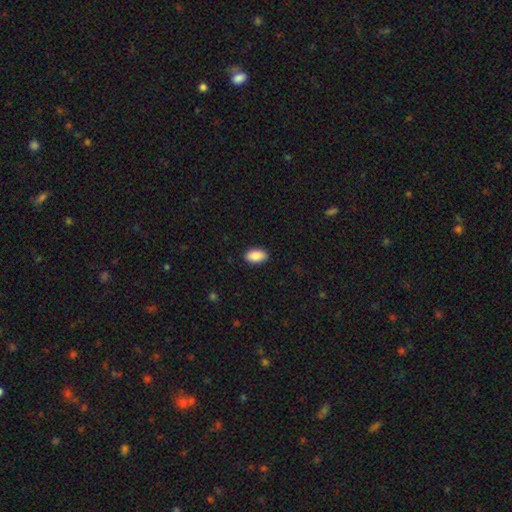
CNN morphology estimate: type=smooth (90%); roundness=in between (94%); merging=none (89%).